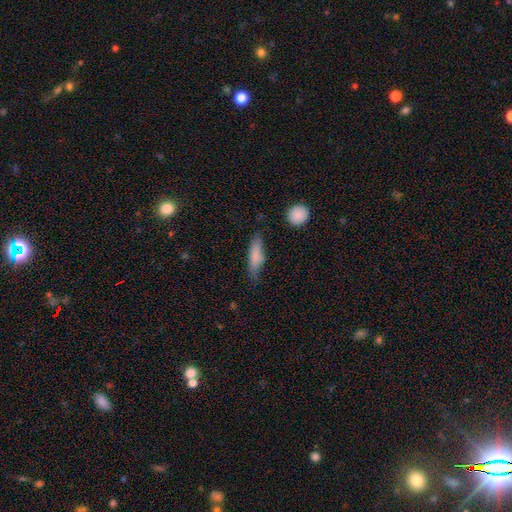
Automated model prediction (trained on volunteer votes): Smooth or featured: smooth — 77% (featured or disk — 17%)
How rounded: cigar-shaped — 63% (in between — 35%)
Merging: none — 70% (minor disturbance — 22%)